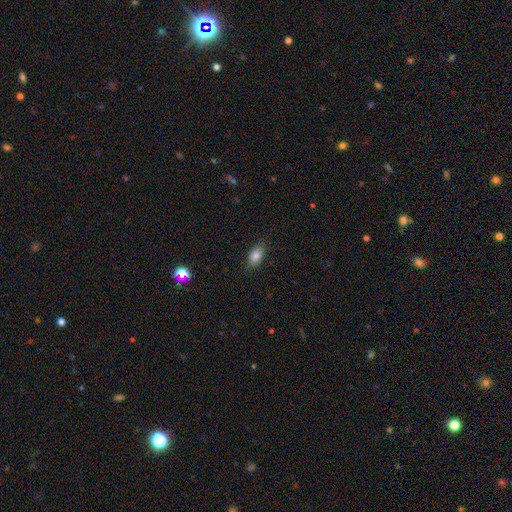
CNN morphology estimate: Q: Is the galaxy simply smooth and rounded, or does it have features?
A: smooth — 82%.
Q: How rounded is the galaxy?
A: in between — 88%.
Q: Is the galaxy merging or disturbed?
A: none — 82%.